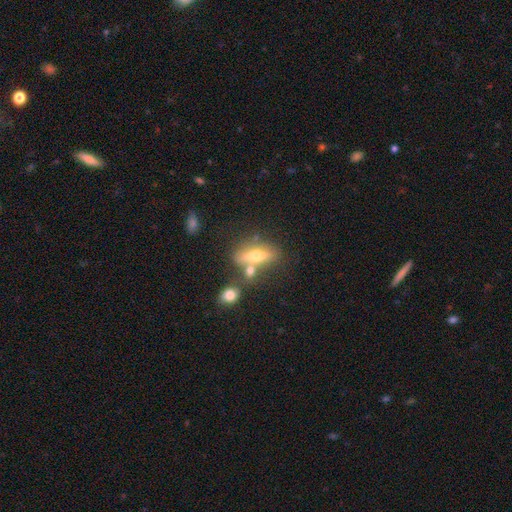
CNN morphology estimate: smooth-or-featured: smooth: 46% | featured or disk: 45% | star or artifact: 9%
  merging: none: 57% | merger: 23% | minor disturbance: 14% | major disturbance: 6%